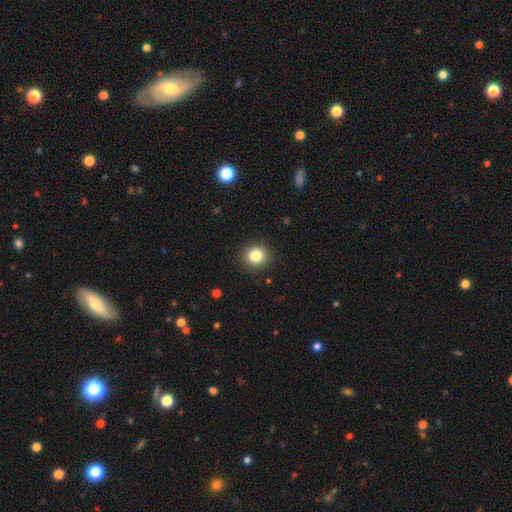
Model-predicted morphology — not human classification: The model was most divided on "how rounded": round: 85%, in between: 14%, cigar-shaped: 1%. More confident: merging — none (91%); smooth or featured — smooth (83%).